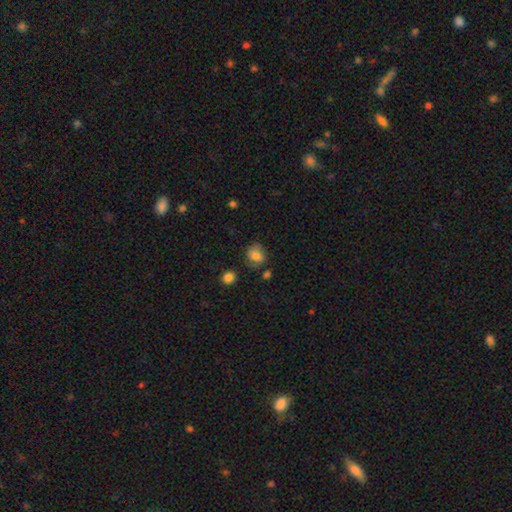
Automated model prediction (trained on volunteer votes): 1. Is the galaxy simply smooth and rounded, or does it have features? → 78% smooth, 11% featured or disk, 10% star or artifact.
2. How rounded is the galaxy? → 61% round, 38% in between, 1% cigar-shaped.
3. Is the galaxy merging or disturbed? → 70% none, 20% minor disturbance, 6% major disturbance, 4% merger.